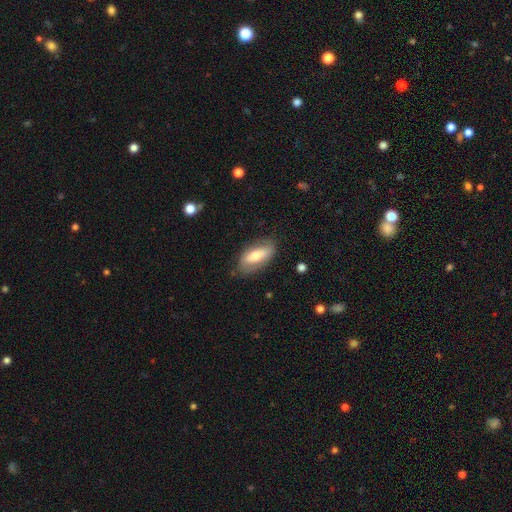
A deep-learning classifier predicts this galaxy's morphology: smooth-or-featured: smooth: 58% | featured or disk: 36% | star or artifact: 6%
  how-rounded: in between: 84% | cigar-shaped: 13% | round: 3%
  merging: none: 75% | minor disturbance: 18% | major disturbance: 5% | merger: 2%